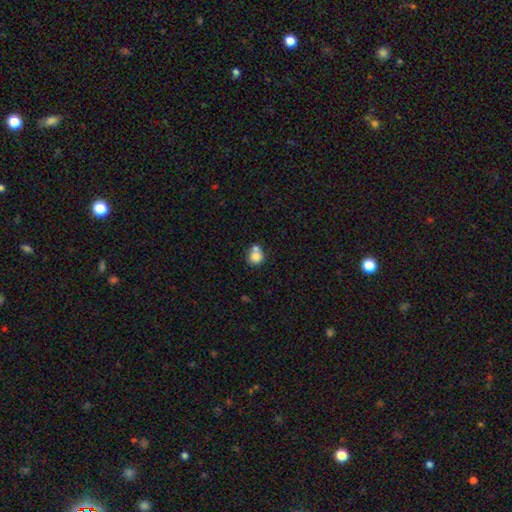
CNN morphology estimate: smooth 80%, featured or disk 10%, star or artifact 10%. Down the decision tree: how rounded — round (81%); merging — none (44%).